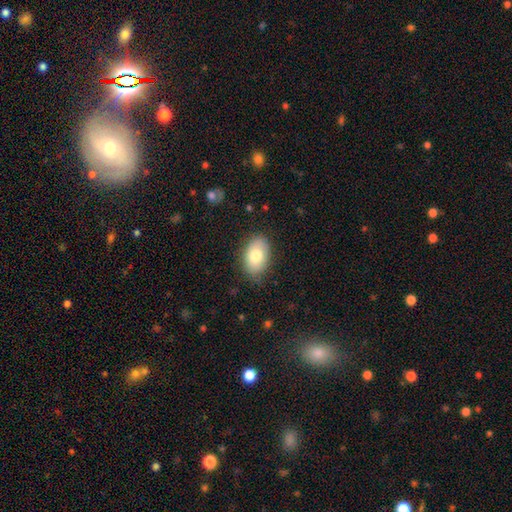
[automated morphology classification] A smooth galaxy with no disk features (77%) that is in between round and cigar-shaped (89%). Merging: none (80%).